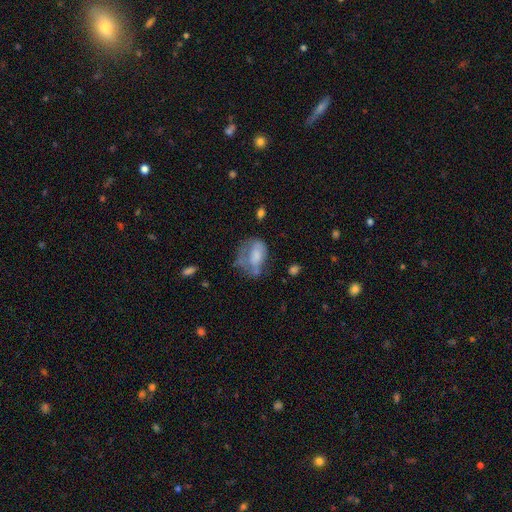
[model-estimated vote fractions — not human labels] smooth_or_featured: smooth (p=0.59) [alt: featured or disk p=0.32]
how_rounded: in between (p=0.79) [alt: round p=0.18]
merging: major disturbance (p=0.35) [alt: none p=0.28]